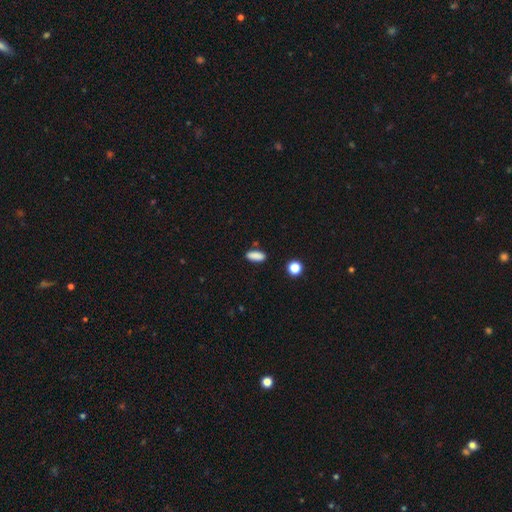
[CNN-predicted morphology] Smooth or featured: smooth — 86% (star or artifact — 9%)
How rounded: in between — 72% (cigar-shaped — 25%)
Merging: none — 84% (minor disturbance — 11%)